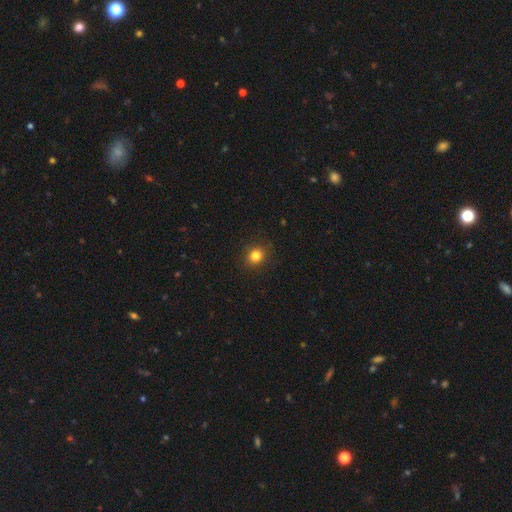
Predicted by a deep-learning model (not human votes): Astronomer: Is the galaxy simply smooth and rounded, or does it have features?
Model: smooth — 82%.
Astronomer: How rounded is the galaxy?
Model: round — 82%.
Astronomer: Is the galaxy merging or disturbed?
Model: none — 91%.